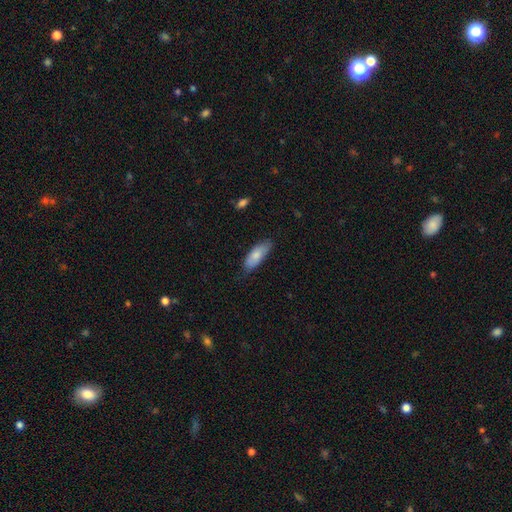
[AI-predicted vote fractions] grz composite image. It shows a smooth galaxy with no disk features (80%) that is in between round and cigar-shaped (74%). Merging: none (73%).